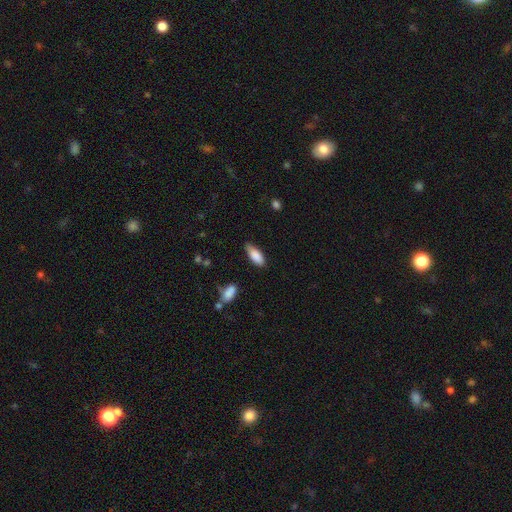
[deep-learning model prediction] A smooth galaxy with no disk features (86%) that is in between round and cigar-shaped (78%).

Vote fractions:
- Smooth or featured? smooth: 86% / featured or disk: 8% / star or artifact: 6%
- How rounded? in between: 78% / cigar-shaped: 20% / round: 2%
- Merging? none: 67% / minor disturbance: 26% / major disturbance: 4% / merger: 2%